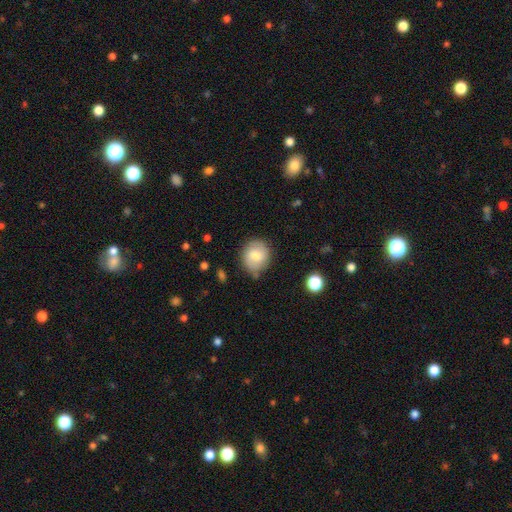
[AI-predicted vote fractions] Smooth or featured? Predicted: smooth (p=0.64). How rounded? Predicted: round (p=0.79). Merging? Predicted: none (p=0.75).